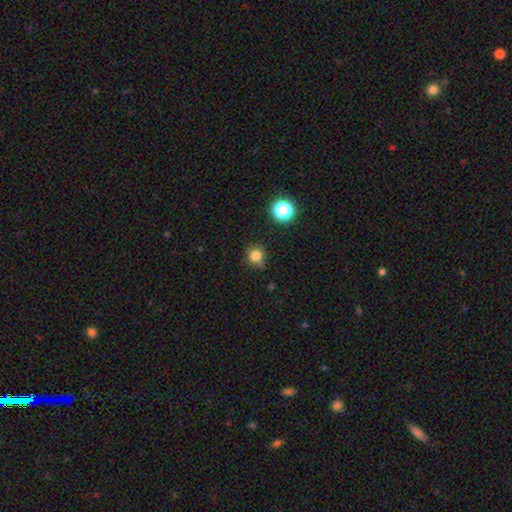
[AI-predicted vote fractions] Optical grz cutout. It shows a smooth galaxy with no disk features (79%) that is round (86%). Merging: none (69%).